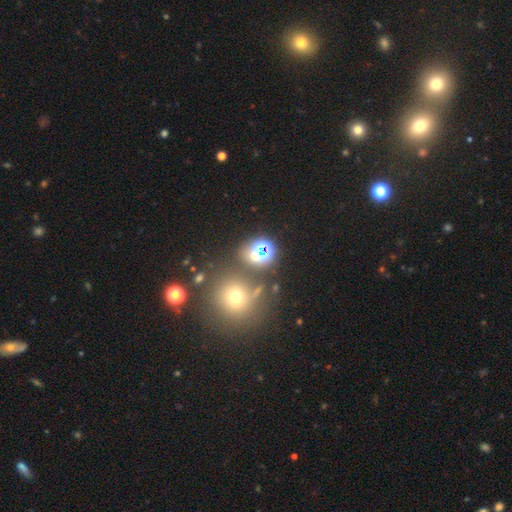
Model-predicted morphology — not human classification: Smooth or featured: star or artifact — 54% (smooth — 36%)